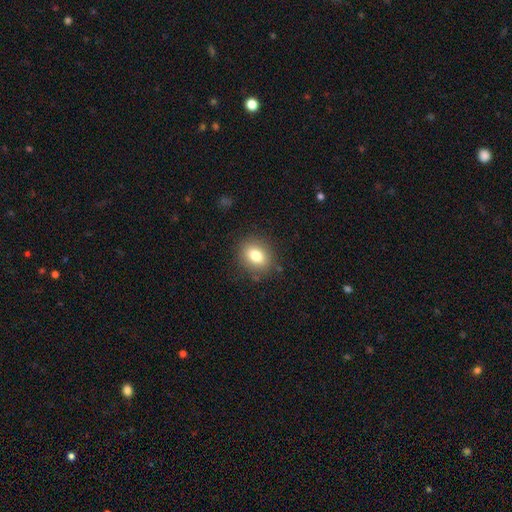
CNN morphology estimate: type=smooth (80%); roundness=in between (50%); merging=none (86%).